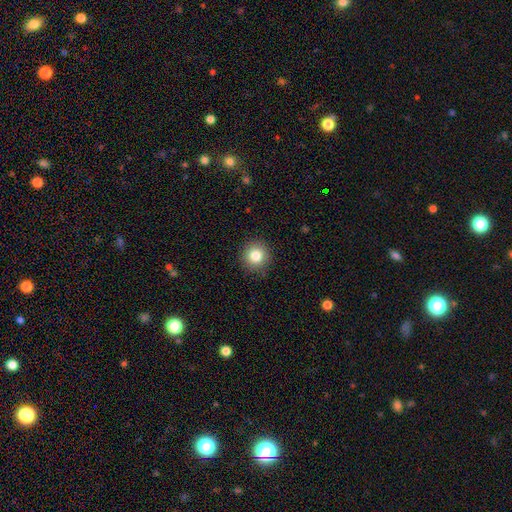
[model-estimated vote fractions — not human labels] smooth 83%, star or artifact 11%, featured or disk 6%. Down the decision tree: how rounded — round (93%); merging — none (91%).